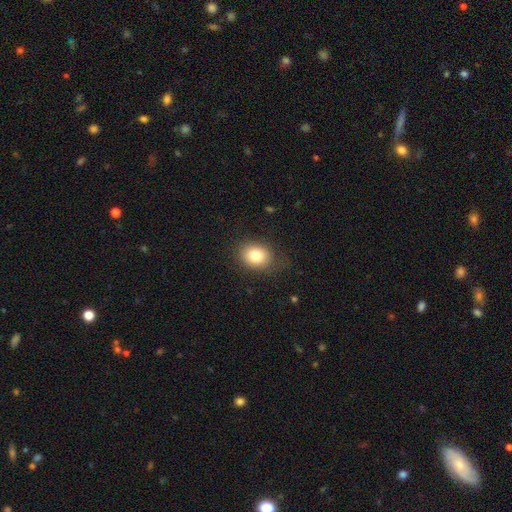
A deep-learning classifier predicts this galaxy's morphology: This appears to be a smooth galaxy with no disk features (80%) that is round (50%). Merging: none (78%).